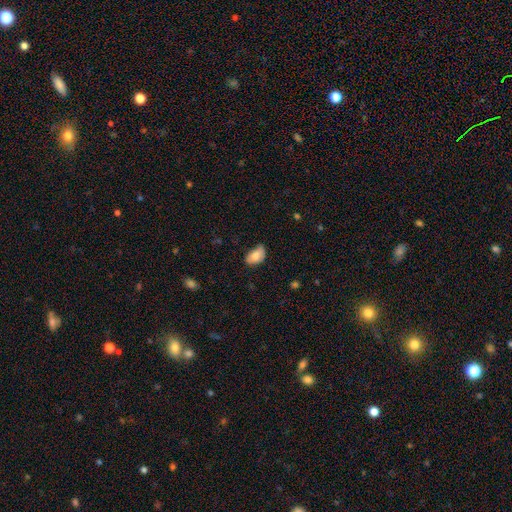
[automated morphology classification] Smooth or featured? Predicted: smooth (p=0.78). How rounded? Predicted: in between (p=0.91). Merging? Predicted: none (p=0.47).